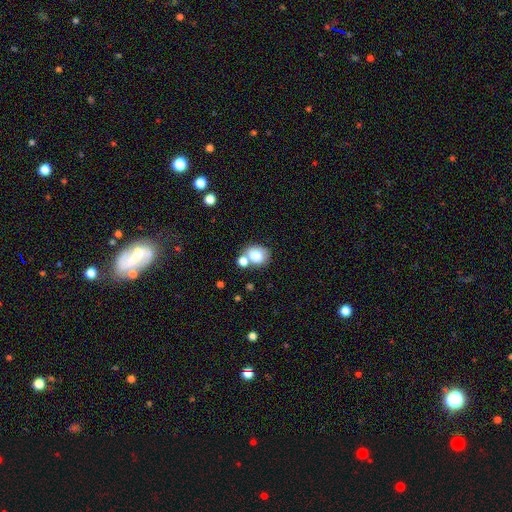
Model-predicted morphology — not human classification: A smooth galaxy with no disk features (79%) that is round (53%).

Vote fractions:
- Smooth or featured? smooth: 79% / featured or disk: 12% / star or artifact: 9%
- How rounded? round: 53% / in between: 46% / cigar-shaped: 1%
- Merging? none: 47% / merger: 34% / minor disturbance: 13% / major disturbance: 5%